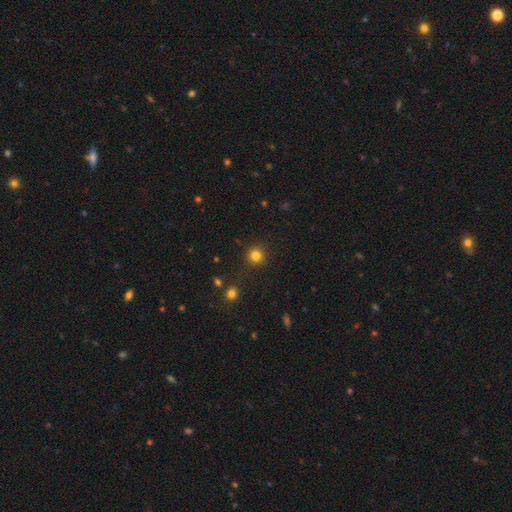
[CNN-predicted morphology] smooth_or_featured: smooth (p=0.81) [alt: star or artifact p=0.14]
how_rounded: round (p=0.94) [alt: in between p=0.05]
merging: none (p=0.90) [alt: minor disturbance p=0.06]